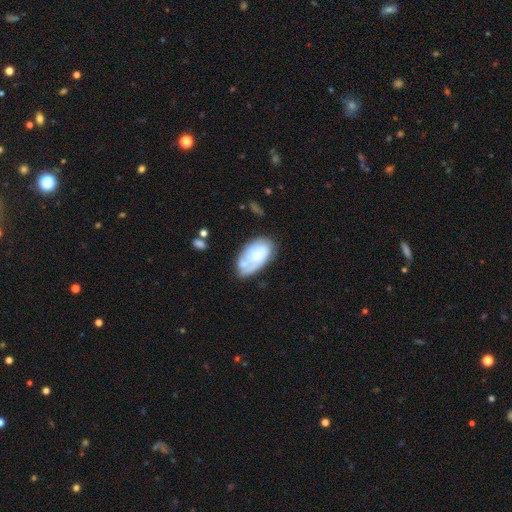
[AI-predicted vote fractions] Smooth or featured: featured or disk — 47% (smooth — 46%)
Merging: none — 45% (minor disturbance — 28%)